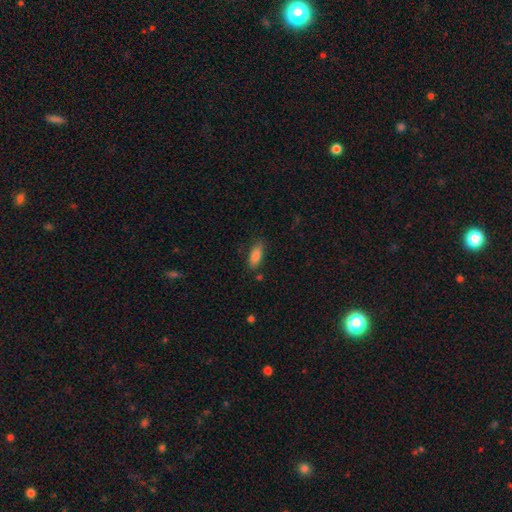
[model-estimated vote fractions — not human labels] Q: Smooth or featured?
A: smooth (85%); runner-up: star or artifact (8%)
Q: How rounded?
A: in between (78%); runner-up: cigar-shaped (19%)
Q: Merging?
A: none (78%); runner-up: minor disturbance (16%)